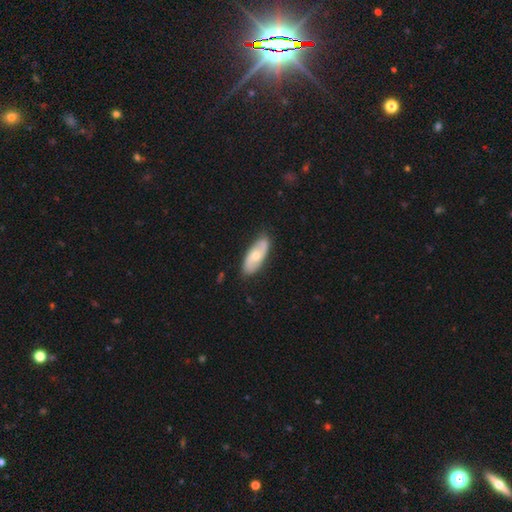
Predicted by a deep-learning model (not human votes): Smooth or featured: featured or disk — 52% (smooth — 43%)
Edge-on disk: no — 86% (yes — 14%)
Merging: none — 83% (minor disturbance — 14%)